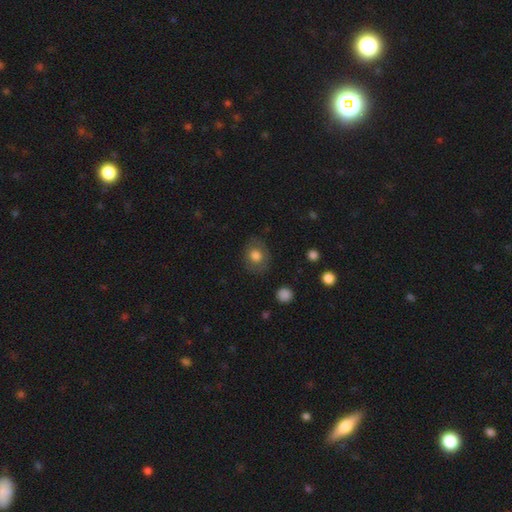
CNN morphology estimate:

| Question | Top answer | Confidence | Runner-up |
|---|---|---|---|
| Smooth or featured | smooth | 74% | featured or disk (17%) |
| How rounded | round | 55% | in between (44%) |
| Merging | none | 80% | minor disturbance (14%) |